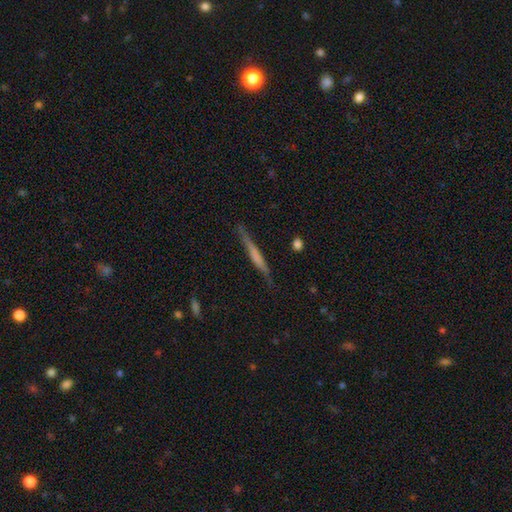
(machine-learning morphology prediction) Smooth or featured?
  - featured or disk: 50% *
  - smooth: 44%
  - star or artifact: 6%
Edge-on disk?
  - yes: 95% *
  - no: 5%
Merging?
  - none: 81% *
  - minor disturbance: 14%
  - major disturbance: 3%
  - merger: 2%